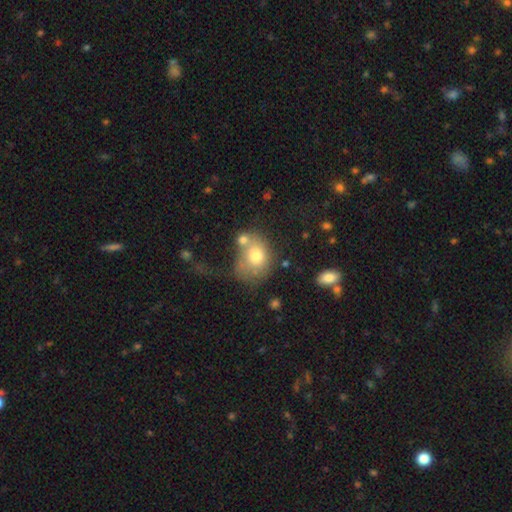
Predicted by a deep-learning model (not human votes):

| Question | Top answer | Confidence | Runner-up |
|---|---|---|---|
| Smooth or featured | smooth | 70% | featured or disk (19%) |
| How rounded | round | 54% | in between (45%) |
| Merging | none | 33% | tied: merger (33%) |